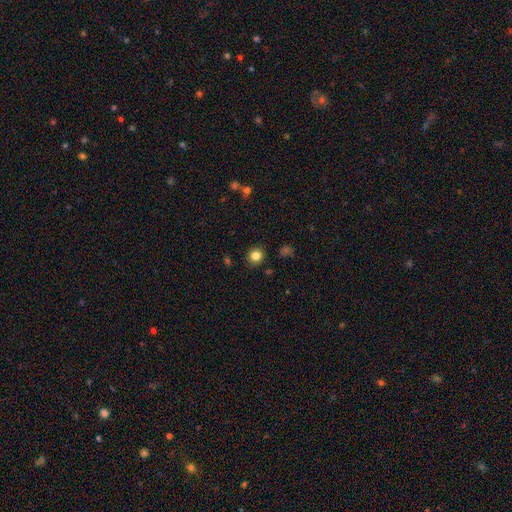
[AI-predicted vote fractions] This is clearly a smooth galaxy (83%). How rounded: clearly round (84%). Merging: clearly none (89%).